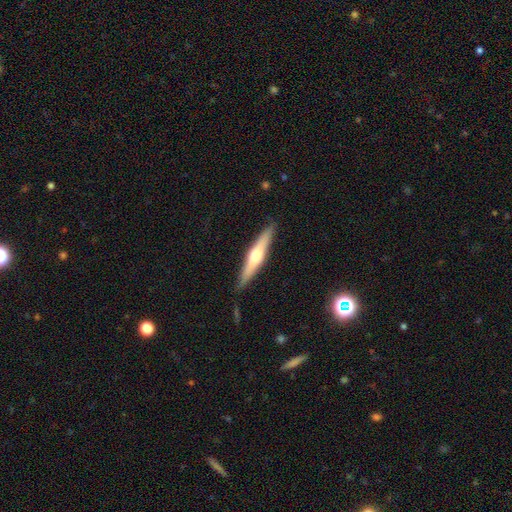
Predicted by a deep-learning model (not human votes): This appears to be a featured or disk galaxy (56%) viewed edge-on (96%) with a rounded central bulge (84%). Merging: none (88%).